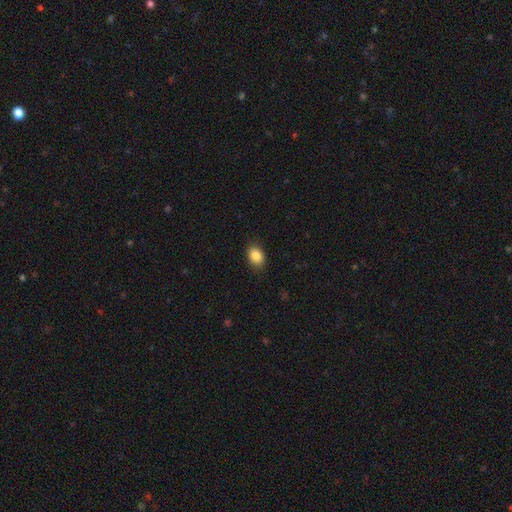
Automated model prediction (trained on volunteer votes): Q: Smooth or featured?
A: smooth (87%); runner-up: star or artifact (9%)
Q: How rounded?
A: in between (71%); runner-up: round (28%)
Q: Merging?
A: none (85%); runner-up: minor disturbance (11%)